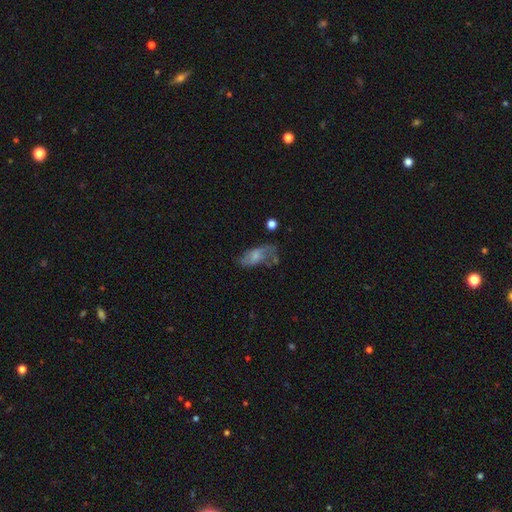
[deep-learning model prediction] Overall: smooth (58%; featured or disk 33%). How rounded: in between (87%). Merging: none (40%; minor disturbance 29%).